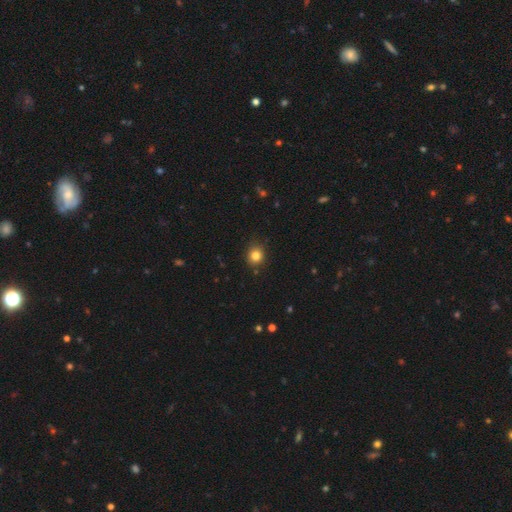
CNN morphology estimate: smooth-or-featured: smooth: 82% | star or artifact: 12% | featured or disk: 5%
  how-rounded: round: 85% | in between: 14% | cigar-shaped: 1%
  merging: none: 87% | minor disturbance: 10% | major disturbance: 2% | merger: 1%